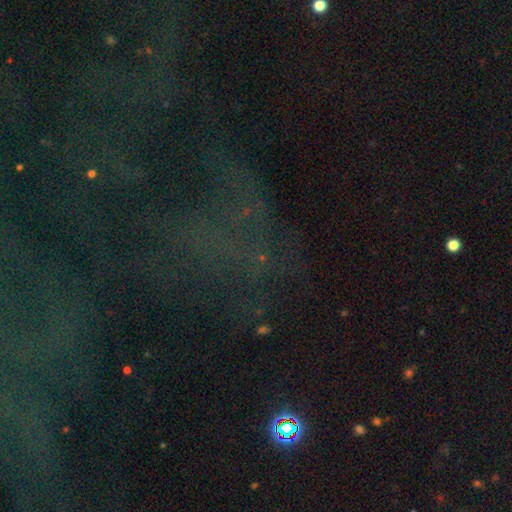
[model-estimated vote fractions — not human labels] smooth-or-featured: star or artifact: 63% | featured or disk: 20% | smooth: 16%